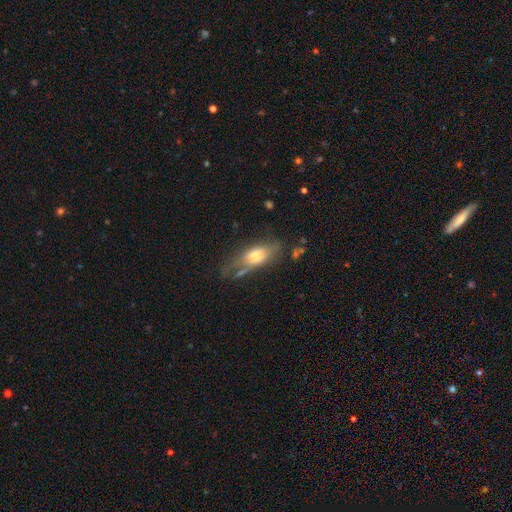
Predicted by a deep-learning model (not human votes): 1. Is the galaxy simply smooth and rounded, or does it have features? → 49% smooth, 42% featured or disk, 9% star or artifact.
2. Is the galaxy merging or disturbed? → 43% none, 27% minor disturbance, 24% major disturbance, 7% merger.